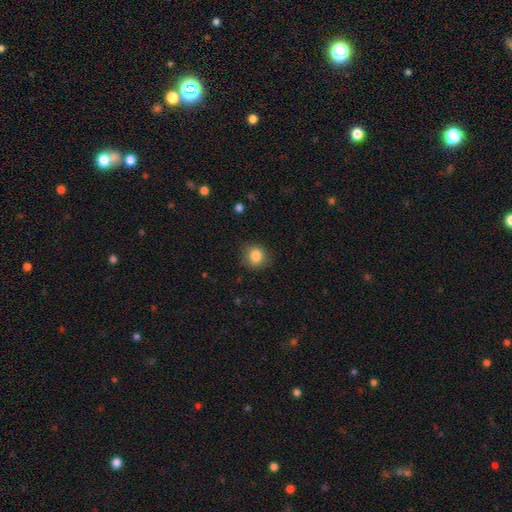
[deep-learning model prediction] Smooth or featured: smooth — 85% (star or artifact — 10%)
How rounded: round — 80% (in between — 19%)
Merging: none — 79% (minor disturbance — 16%)